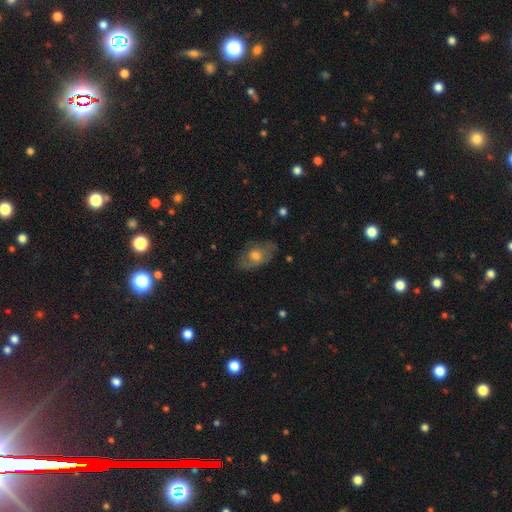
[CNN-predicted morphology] Smooth or featured?
  - smooth: 54% *
  - featured or disk: 38%
  - star or artifact: 8%
How rounded?
  - in between: 87% *
  - round: 11%
  - cigar-shaped: 2%
Merging?
  - none: 73% *
  - minor disturbance: 20%
  - major disturbance: 6%
  - merger: 1%